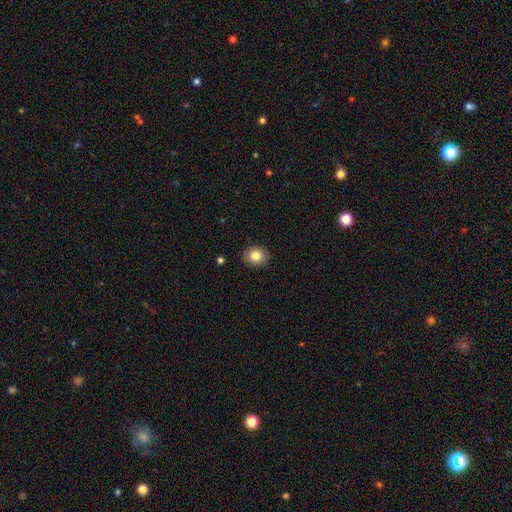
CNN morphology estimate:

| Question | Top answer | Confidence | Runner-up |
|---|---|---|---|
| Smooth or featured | smooth | 84% | star or artifact (10%) |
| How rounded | round | 70% | in between (29%) |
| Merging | none | 87% | minor disturbance (10%) |